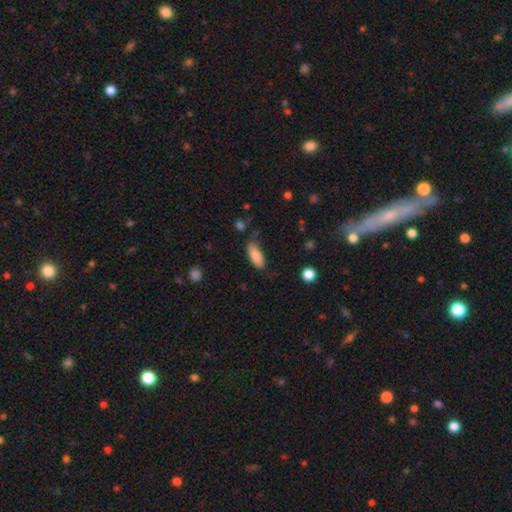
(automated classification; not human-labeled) smooth_or_featured: smooth (p=0.86) [alt: featured or disk p=0.08]
how_rounded: in between (p=0.77) [alt: cigar-shaped p=0.21]
merging: none (p=0.72) [alt: minor disturbance p=0.21]